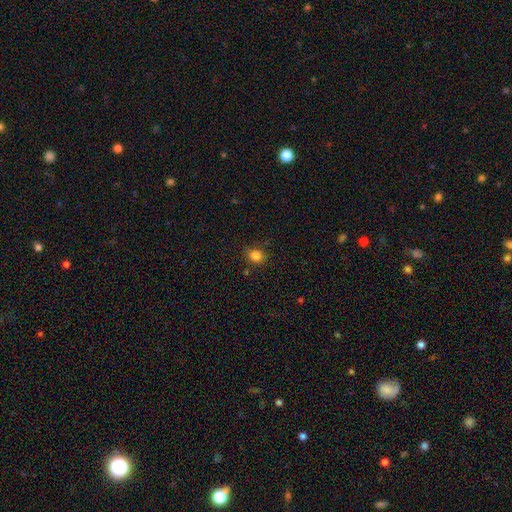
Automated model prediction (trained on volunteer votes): A smooth galaxy with no disk features (84%) that is round (68%). Merging: none (80%).